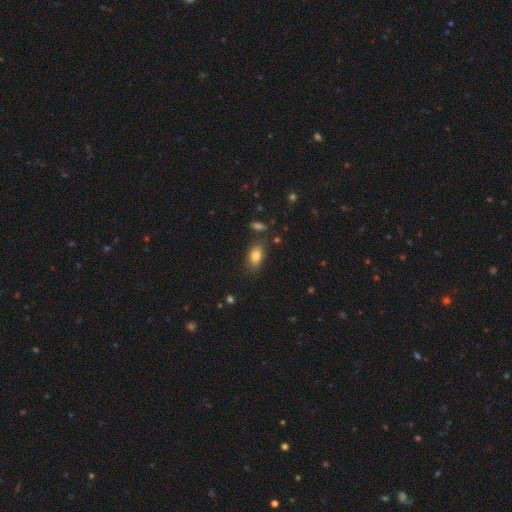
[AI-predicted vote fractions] smooth 83%, star or artifact 9%, featured or disk 8%. Down the decision tree: how rounded — in between (88%); merging — none (78%).